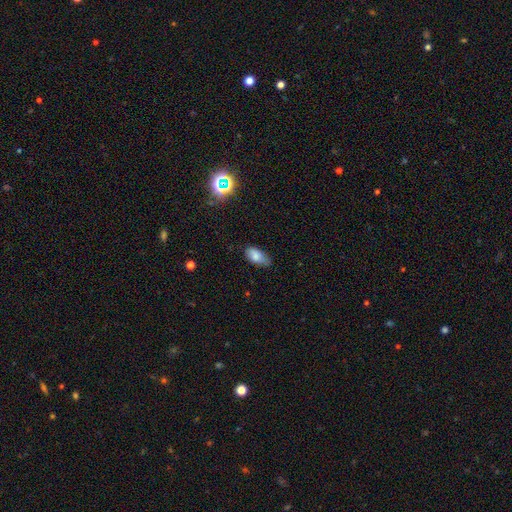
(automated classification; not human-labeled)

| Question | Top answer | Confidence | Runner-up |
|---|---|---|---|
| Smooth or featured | smooth | 80% | featured or disk (11%) |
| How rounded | in between | 91% | cigar-shaped (5%) |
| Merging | none | 66% | minor disturbance (28%) |